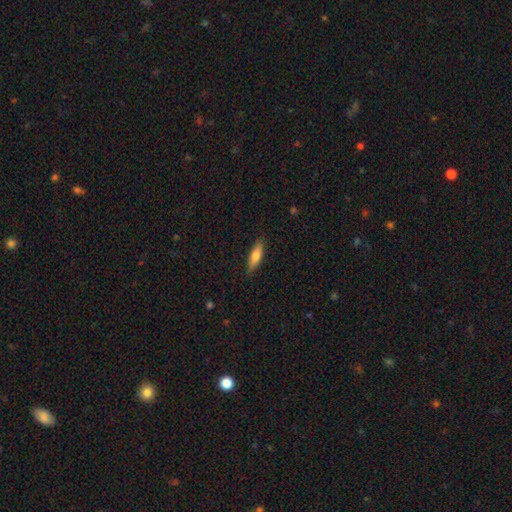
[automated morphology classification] Smooth or featured? smooth (68%)
How rounded? cigar-shaped (58%)
Merging? none (87%)